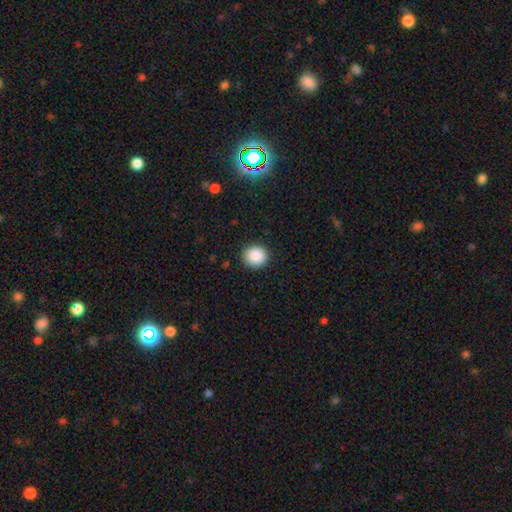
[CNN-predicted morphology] The model was most divided on "how rounded": round: 85%, in between: 14%, cigar-shaped: 1%. More confident: merging — none (90%); smooth or featured — smooth (89%).